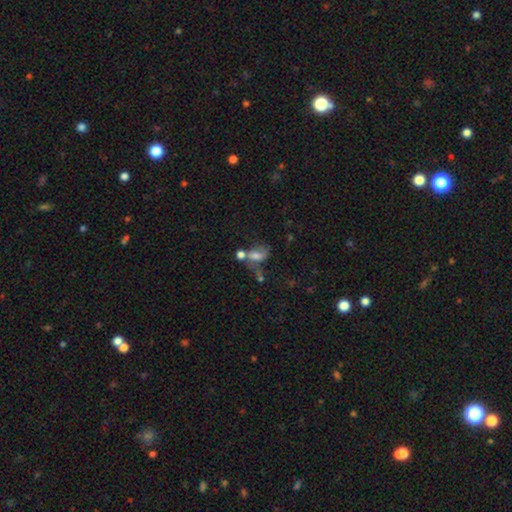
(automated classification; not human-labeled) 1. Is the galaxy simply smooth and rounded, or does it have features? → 50% smooth, 32% featured or disk, 17% star or artifact.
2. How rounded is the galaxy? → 75% in between, 21% round, 5% cigar-shaped.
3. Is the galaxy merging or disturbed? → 43% merger, 25% major disturbance, 20% none, 13% minor disturbance.